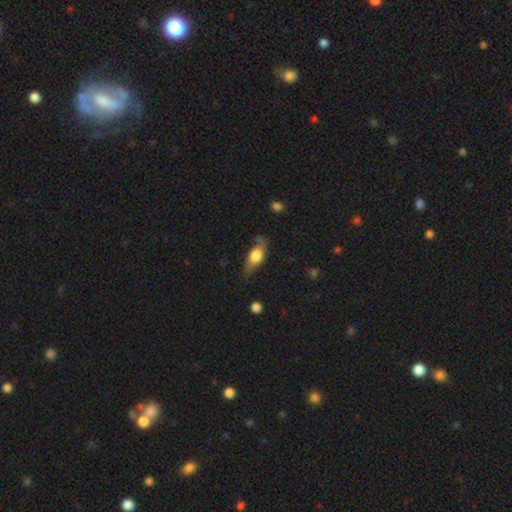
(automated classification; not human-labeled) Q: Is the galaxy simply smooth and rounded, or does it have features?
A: smooth — 56%.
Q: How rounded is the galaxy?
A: in between — 72%.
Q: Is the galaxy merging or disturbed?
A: none — 62%.